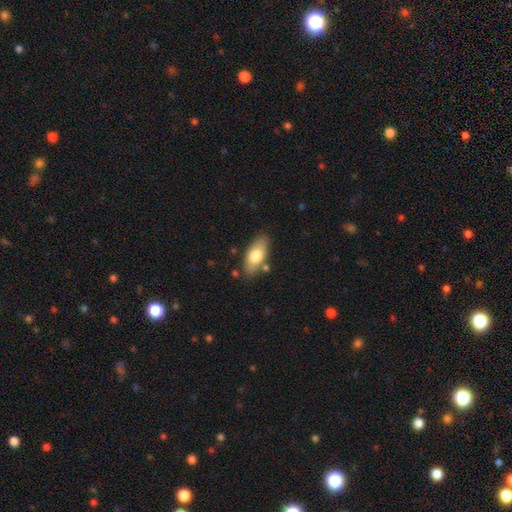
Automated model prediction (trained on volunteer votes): Smooth or featured? Predicted: smooth (p=0.71). How rounded? Predicted: in between (p=0.85). Merging? Predicted: none (p=0.80).